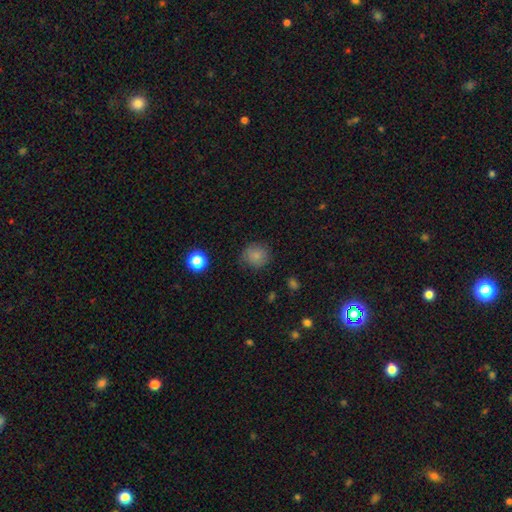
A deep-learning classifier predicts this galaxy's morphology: This is clearly a smooth galaxy (82%). How rounded: clearly round (88%). Merging: clearly none (81%).